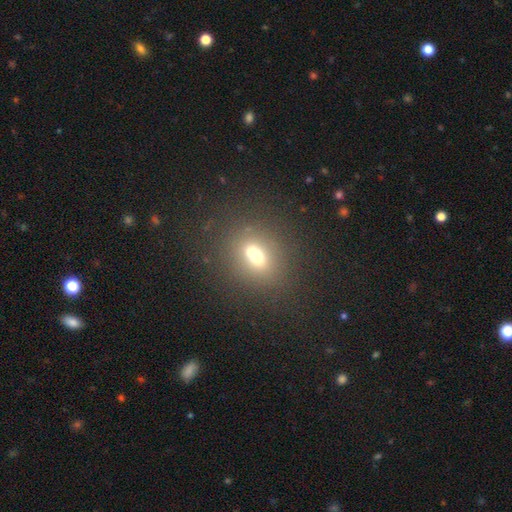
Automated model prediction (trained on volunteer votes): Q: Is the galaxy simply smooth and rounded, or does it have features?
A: smooth — 60%.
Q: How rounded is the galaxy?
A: in between — 54%.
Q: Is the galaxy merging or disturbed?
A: none — 64%.